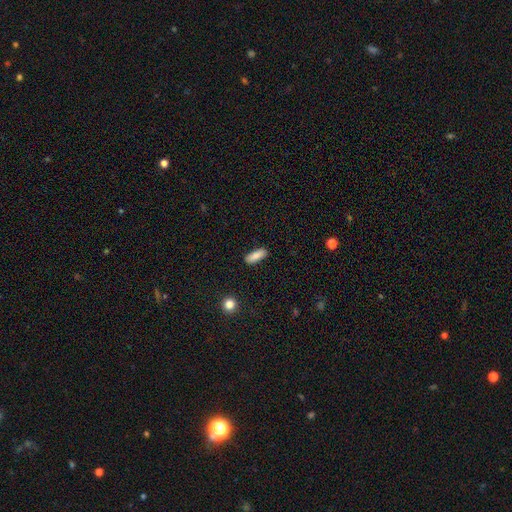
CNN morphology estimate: Q: Smooth or featured?
A: smooth (86%); runner-up: featured or disk (7%)
Q: How rounded?
A: in between (65%); runner-up: cigar-shaped (33%)
Q: Merging?
A: none (88%); runner-up: minor disturbance (9%)